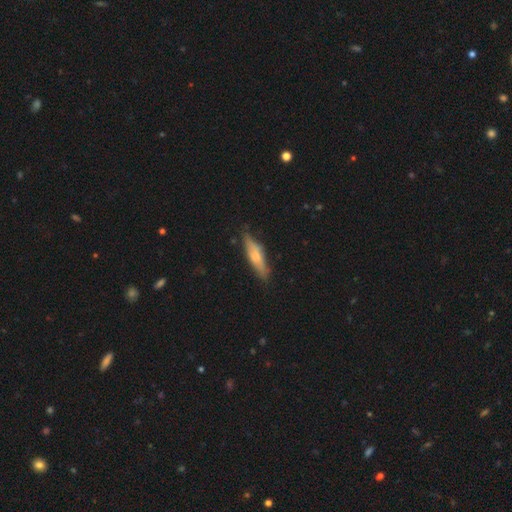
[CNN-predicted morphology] Smooth or featured? Predicted: smooth (p=0.58). How rounded? Predicted: cigar-shaped (p=0.72). Merging? Predicted: none (p=0.77).